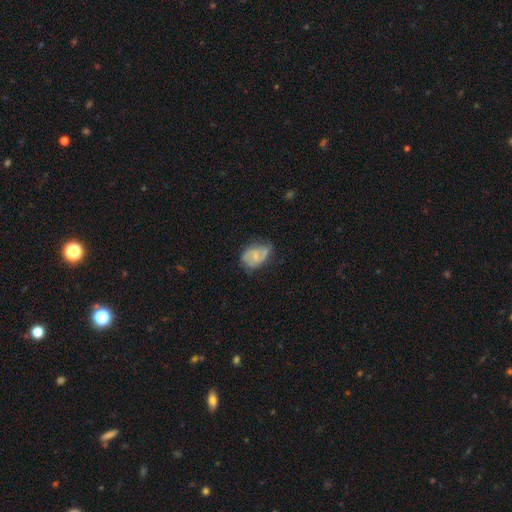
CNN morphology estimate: Overall: featured or disk (58%; smooth 34%). Edge-on disk: no (97%). Bar: weak (49%; no 38%). Spiral arms: yes (81%). Bulge size: small (54%; moderate 25%). Merging: none (57%; minor disturbance 29%).